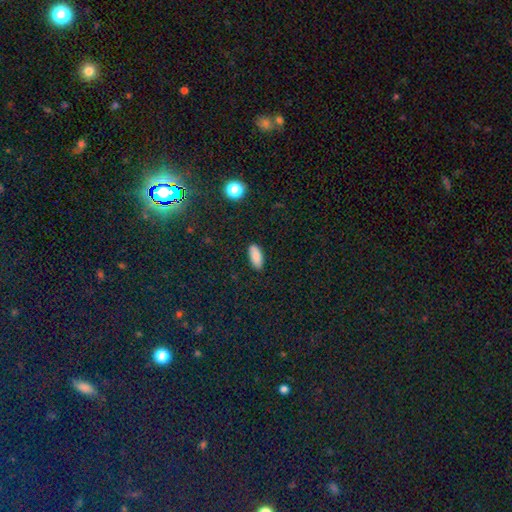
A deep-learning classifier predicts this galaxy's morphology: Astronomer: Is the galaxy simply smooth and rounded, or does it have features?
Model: smooth — 87%.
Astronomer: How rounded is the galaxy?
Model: in between — 85%.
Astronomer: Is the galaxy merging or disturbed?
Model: none — 88%.